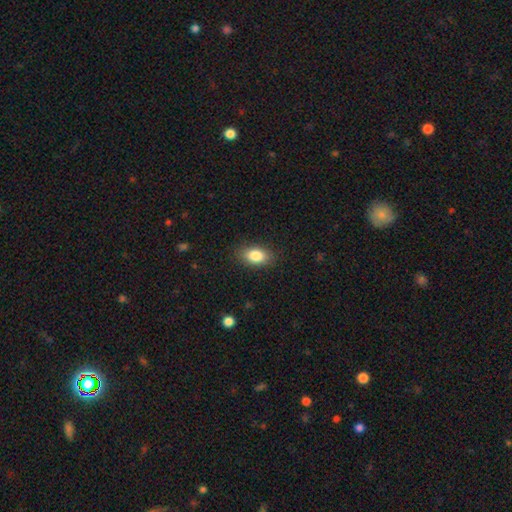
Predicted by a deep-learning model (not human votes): smooth_or_featured: smooth (p=0.85) [alt: star or artifact p=0.08]
how_rounded: in between (p=0.87) [alt: round p=0.10]
merging: none (p=0.87) [alt: minor disturbance p=0.10]